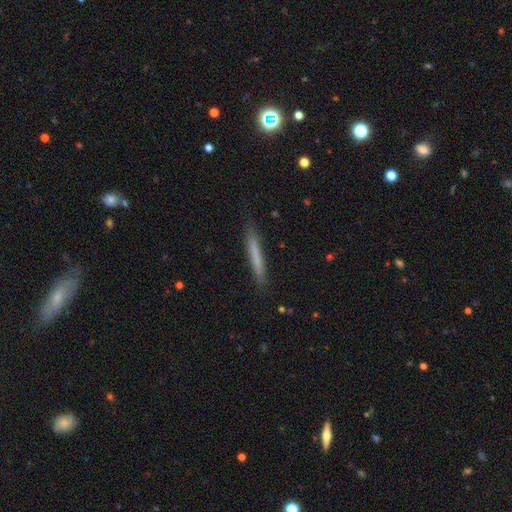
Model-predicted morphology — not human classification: A smooth galaxy with no disk features (68%) that is cigar-shaped (96%).

Vote fractions:
- Smooth or featured? smooth: 68% / featured or disk: 26% / star or artifact: 6%
- How rounded? cigar-shaped: 96% / in between: 3% / round: 1%
- Merging? none: 88% / minor disturbance: 9% / major disturbance: 2% / merger: 1%